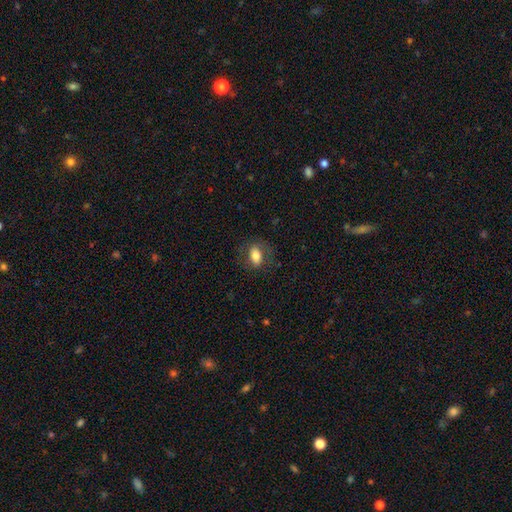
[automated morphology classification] Q: Smooth or featured?
A: smooth (72%); runner-up: featured or disk (20%)
Q: How rounded?
A: in between (84%); runner-up: round (12%)
Q: Merging?
A: none (74%); runner-up: minor disturbance (16%)